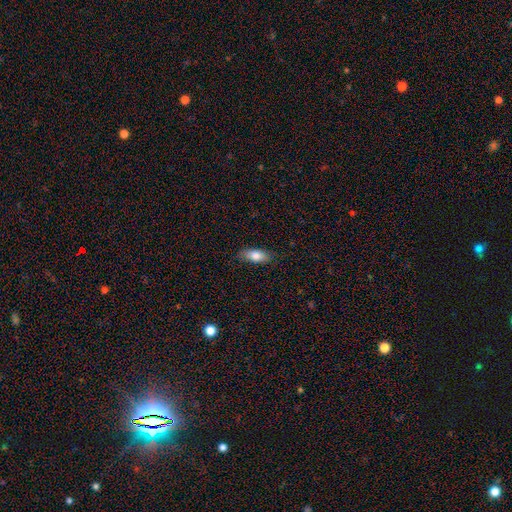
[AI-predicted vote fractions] Q: Smooth or featured?
A: smooth (82%); runner-up: featured or disk (12%)
Q: How rounded?
A: in between (80%); runner-up: cigar-shaped (17%)
Q: Merging?
A: none (83%); runner-up: minor disturbance (13%)